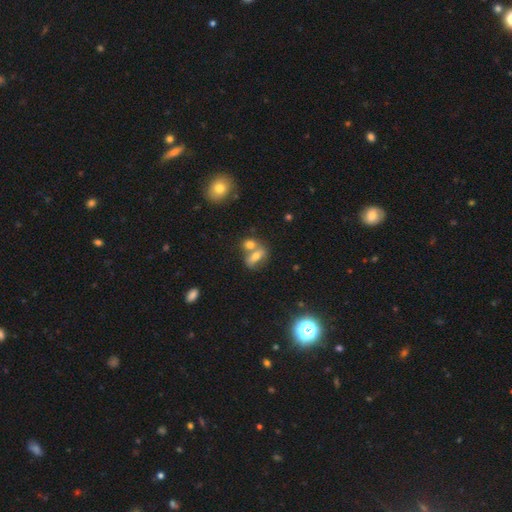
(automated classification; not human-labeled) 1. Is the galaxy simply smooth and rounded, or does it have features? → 59% smooth, 28% featured or disk, 13% star or artifact.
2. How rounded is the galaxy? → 68% in between, 20% round, 13% cigar-shaped.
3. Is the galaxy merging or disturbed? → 46% merger, 40% none, 9% minor disturbance, 4% major disturbance.